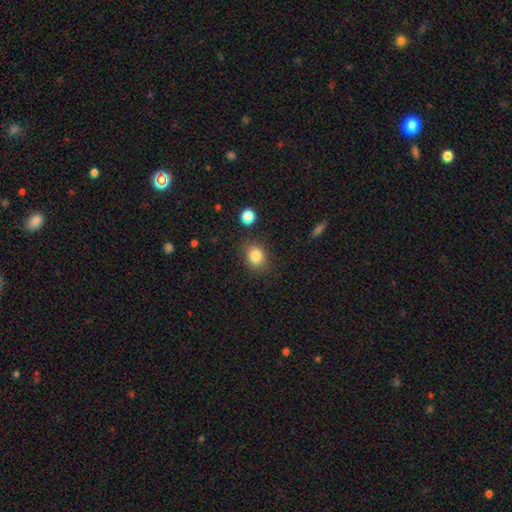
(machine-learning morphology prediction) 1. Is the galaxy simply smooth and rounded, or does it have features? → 84% smooth, 10% star or artifact, 6% featured or disk.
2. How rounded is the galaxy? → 56% round, 43% in between, 1% cigar-shaped.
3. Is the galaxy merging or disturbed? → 82% none, 11% minor disturbance, 3% major disturbance, 3% merger.